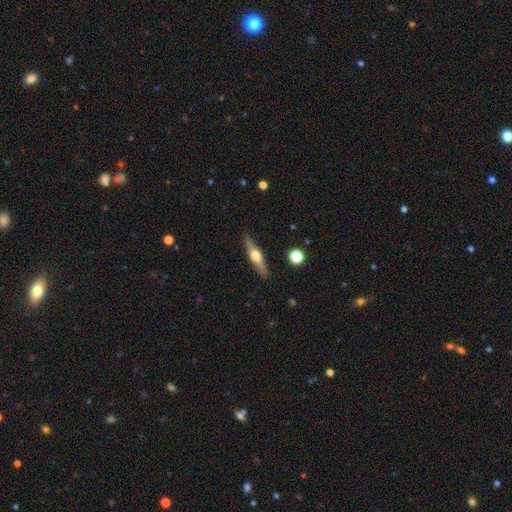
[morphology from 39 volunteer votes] A featured or disk galaxy (82%) viewed edge-on (97%) with a rounded central bulge (81%).

Vote fractions:
- Smooth or featured? featured or disk: 82% / smooth: 13% / star or artifact: 5%
- Edge-on disk? yes: 97% / no: 3%
- Edge-on bulge? rounded: 81% / boxy: 13% / none: 6%
- Merging? none: 92% / minor disturbance: 5% / merger: 3% / major disturbance: 0%